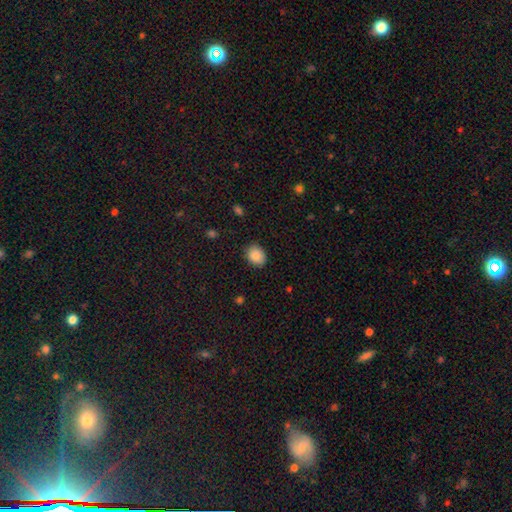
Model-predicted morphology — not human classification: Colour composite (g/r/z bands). It shows a smooth galaxy with no disk features (87%) that is in between round and cigar-shaped (56%). Merging: none (87%).